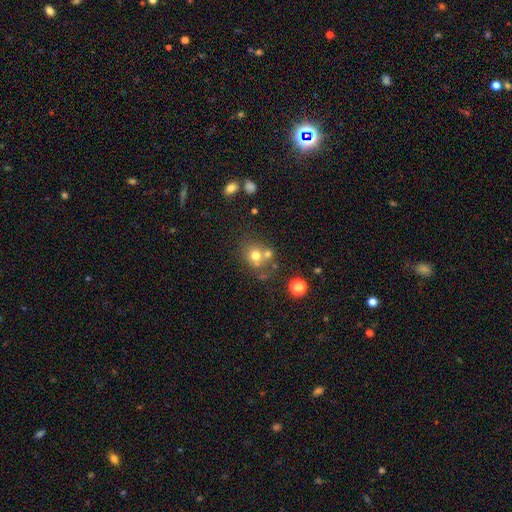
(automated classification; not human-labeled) Smooth or featured? Predicted: smooth (p=0.69). How rounded? Predicted: round (p=0.80). Merging? Predicted: none (p=0.52).